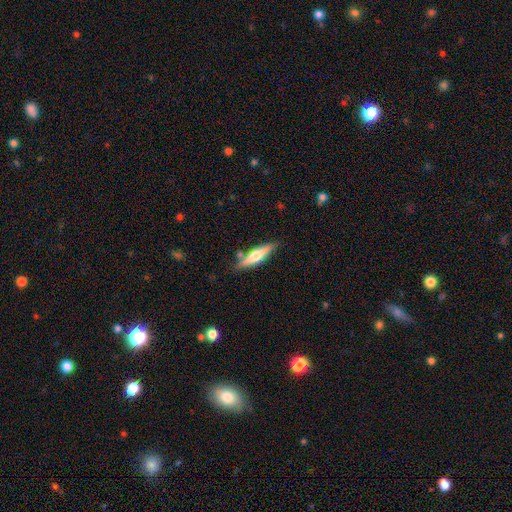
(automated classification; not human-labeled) Smooth or featured?
  - featured or disk: 48% *
  - smooth: 46%
  - star or artifact: 6%
Merging?
  - none: 79% *
  - minor disturbance: 13%
  - merger: 5%
  - major disturbance: 3%